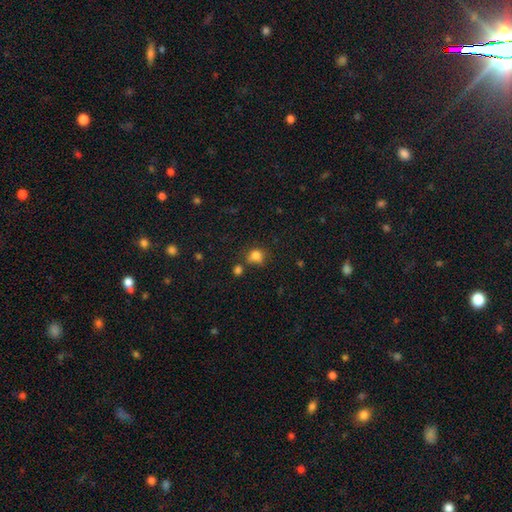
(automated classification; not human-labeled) This is clearly a smooth galaxy (81%). How rounded: likely round (73%). Merging: likely none (63%).